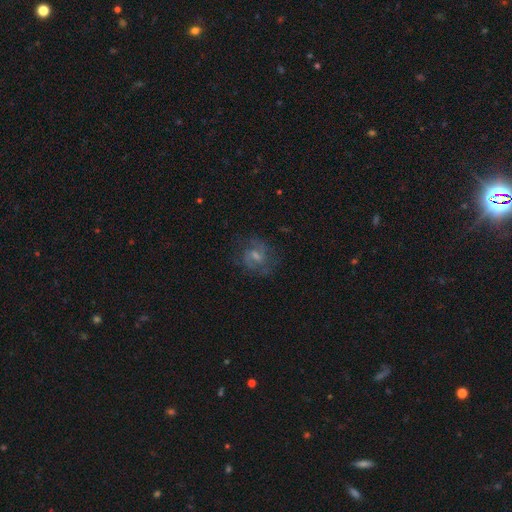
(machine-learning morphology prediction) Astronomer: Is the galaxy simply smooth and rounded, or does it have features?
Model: featured or disk — 64%.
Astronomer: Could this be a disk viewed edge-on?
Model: no — 97%.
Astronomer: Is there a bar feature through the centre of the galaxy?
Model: weak — 53% (runner-up: no, 32%).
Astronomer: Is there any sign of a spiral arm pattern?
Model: yes — 88%.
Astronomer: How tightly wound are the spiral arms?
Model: medium — 51% (runner-up: tight, 30%).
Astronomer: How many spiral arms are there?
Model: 2 — 70%.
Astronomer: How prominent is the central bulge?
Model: small — 41% (runner-up: moderate, 37%).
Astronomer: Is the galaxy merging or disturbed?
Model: none — 75%.